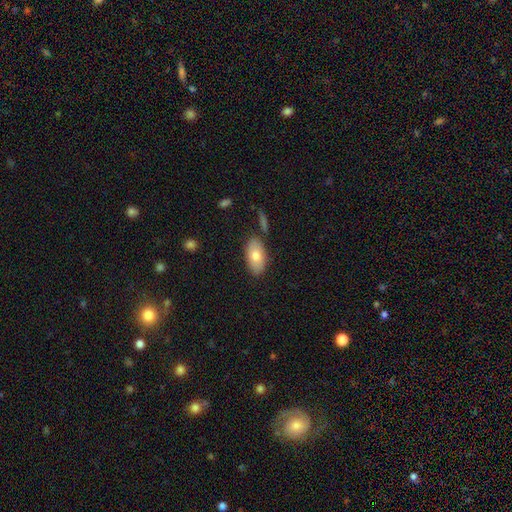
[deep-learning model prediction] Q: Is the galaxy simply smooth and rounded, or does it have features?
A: smooth — 77%.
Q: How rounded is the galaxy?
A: in between — 93%.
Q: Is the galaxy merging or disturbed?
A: none — 81%.